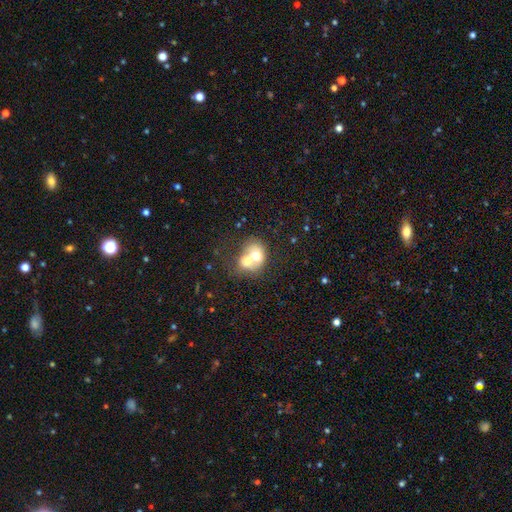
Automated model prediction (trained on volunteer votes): smooth-or-featured: smooth: 61% | featured or disk: 30% | star or artifact: 8%
  how-rounded: round: 54% | in between: 45% | cigar-shaped: 1%
  merging: merger: 74% | none: 16% | minor disturbance: 6% | major disturbance: 4%